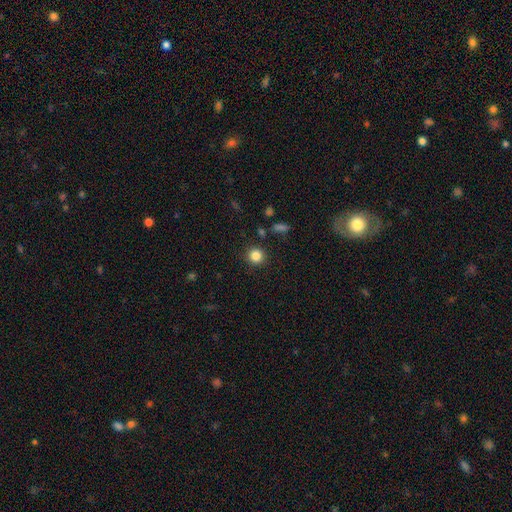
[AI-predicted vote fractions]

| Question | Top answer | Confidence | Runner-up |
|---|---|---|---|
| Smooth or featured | smooth | 84% | star or artifact (12%) |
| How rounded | round | 93% | in between (6%) |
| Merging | none | 90% | minor disturbance (6%) |